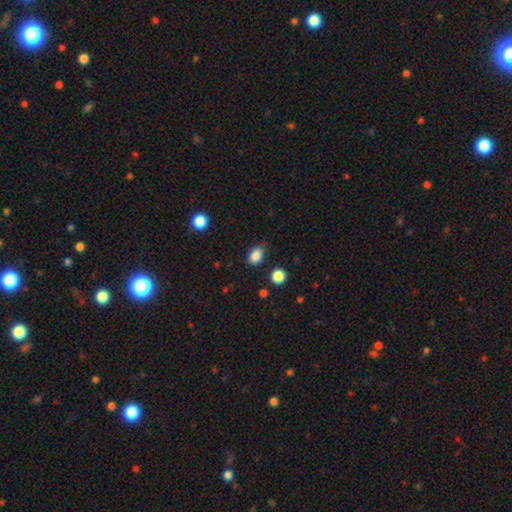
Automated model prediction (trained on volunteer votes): Smooth or featured: smooth — 87% (star or artifact — 10%)
How rounded: in between — 75% (round — 23%)
Merging: none — 77% (minor disturbance — 17%)